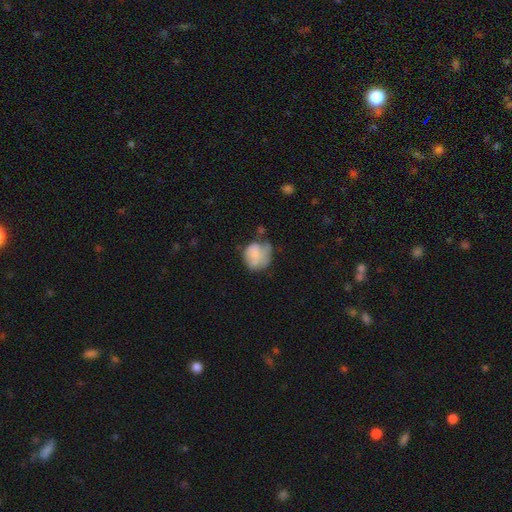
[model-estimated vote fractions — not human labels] Overall: smooth (56%; featured or disk 35%). How rounded: round (68%; in between 31%). Merging: none (34%; minor disturbance 31%).